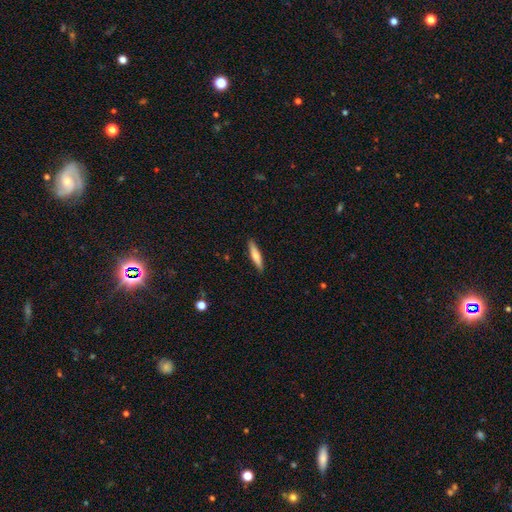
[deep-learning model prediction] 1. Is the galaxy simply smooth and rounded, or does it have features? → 63% smooth, 32% featured or disk, 6% star or artifact.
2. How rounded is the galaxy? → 84% cigar-shaped, 14% in between, 2% round.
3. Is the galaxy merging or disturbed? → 90% none, 7% minor disturbance, 1% major disturbance, 1% merger.